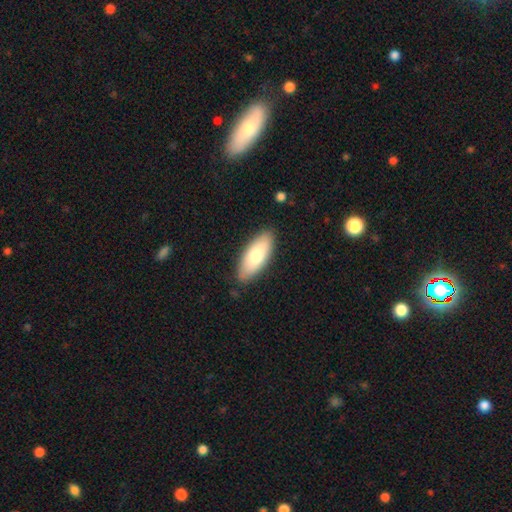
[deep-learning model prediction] The model was most divided on "smooth or featured": smooth: 76%, featured or disk: 19%, star or artifact: 6%. More confident: merging — none (85%); how rounded — in between (79%).